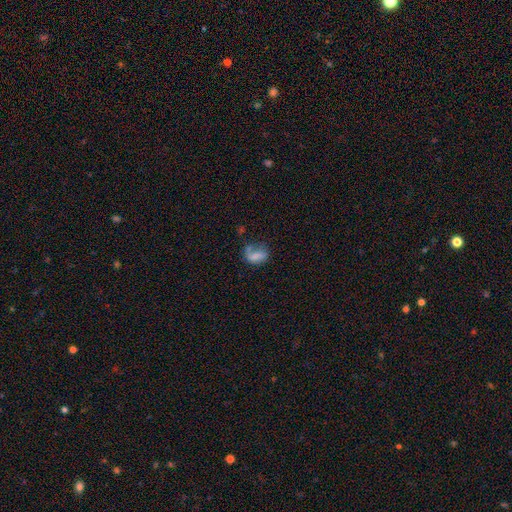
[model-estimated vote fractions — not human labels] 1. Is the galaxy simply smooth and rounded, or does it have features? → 54% smooth, 35% featured or disk, 11% star or artifact.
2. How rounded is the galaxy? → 76% in between, 20% round, 4% cigar-shaped.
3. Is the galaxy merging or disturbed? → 35% none, 30% major disturbance, 25% minor disturbance, 10% merger.